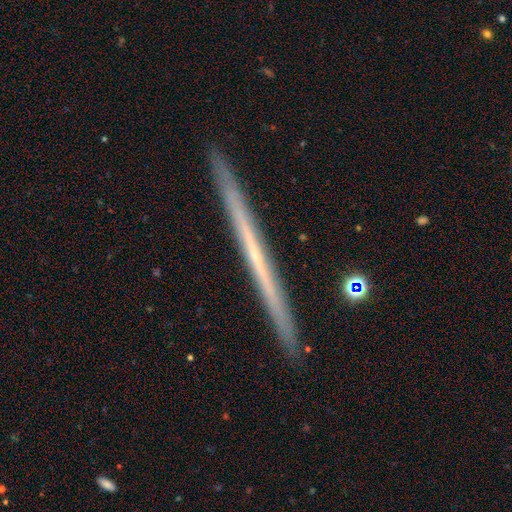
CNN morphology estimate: Overall: featured or disk (64%; smooth 29%). Edge-on disk: yes (98%). Edge-on bulge: none (90%). Merging: none (93%).